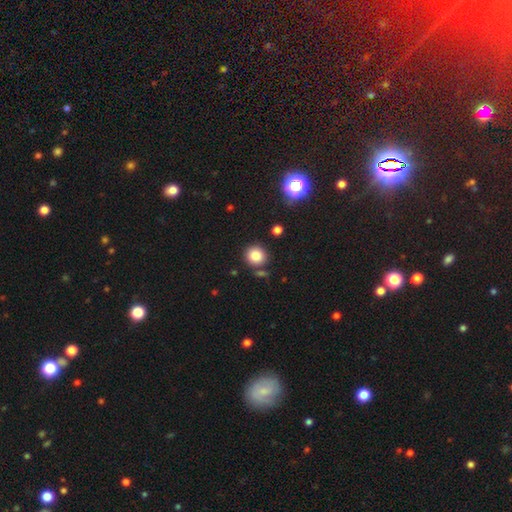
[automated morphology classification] This is clearly a smooth galaxy (84%). How rounded: clearly round (89%). Merging: clearly none (82%).